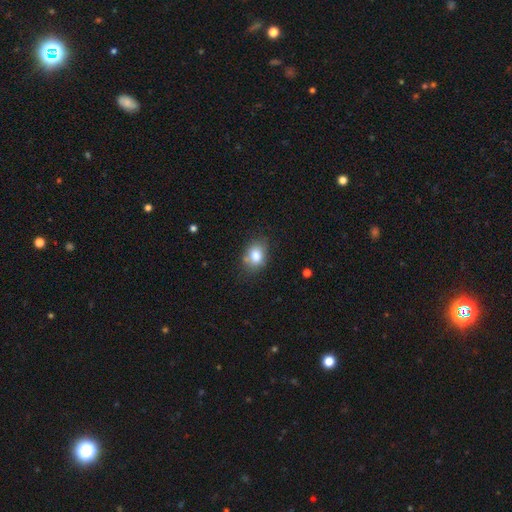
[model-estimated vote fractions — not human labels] A smooth galaxy with no disk features (81%) that is in between round and cigar-shaped (61%).

Vote fractions:
- Smooth or featured? smooth: 81% / featured or disk: 10% / star or artifact: 10%
- How rounded? in between: 61% / round: 38% / cigar-shaped: 1%
- Merging? none: 71% / minor disturbance: 20% / major disturbance: 5% / merger: 5%